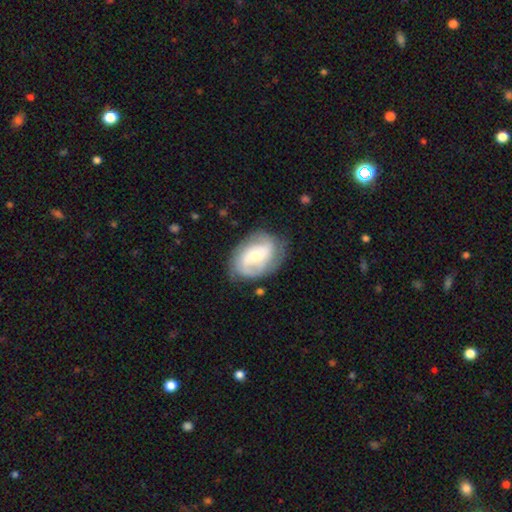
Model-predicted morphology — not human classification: Q: Smooth or featured?
A: featured or disk (75%); runner-up: smooth (19%)
Q: Edge-on disk?
A: no (97%); runner-up: yes (3%)
Q: Bar?
A: no (46%); runner-up: weak (43%)
Q: Spiral arms?
A: yes (92%); runner-up: no (8%)
Q: Spiral winding?
A: medium (43%); runner-up: tight (40%)
Q: Spiral arm count?
A: 2 (62%); runner-up: can't tell (19%)
Q: Bulge size?
A: moderate (48%); runner-up: small (41%)
Q: Merging?
A: none (73%); runner-up: minor disturbance (18%)